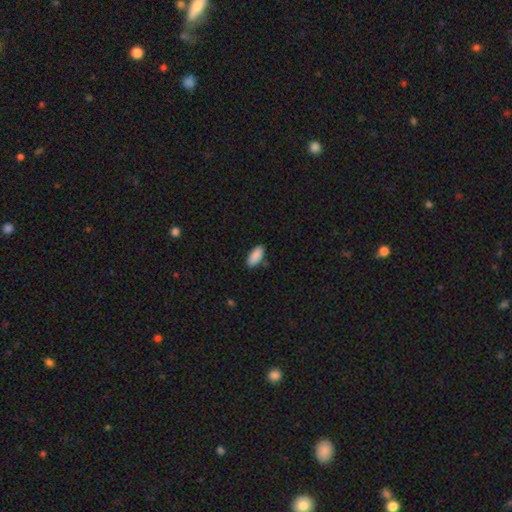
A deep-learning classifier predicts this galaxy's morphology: smooth_or_featured: smooth (p=0.90) [alt: star or artifact p=0.06]
how_rounded: in between (p=0.91) [alt: cigar-shaped p=0.07]
merging: none (p=0.82) [alt: minor disturbance p=0.13]